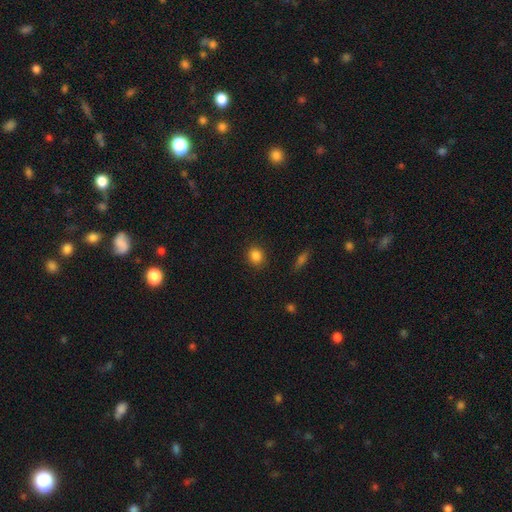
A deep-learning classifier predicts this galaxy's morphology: A smooth galaxy with no disk features (85%) that is round (76%). Merging: none (88%).